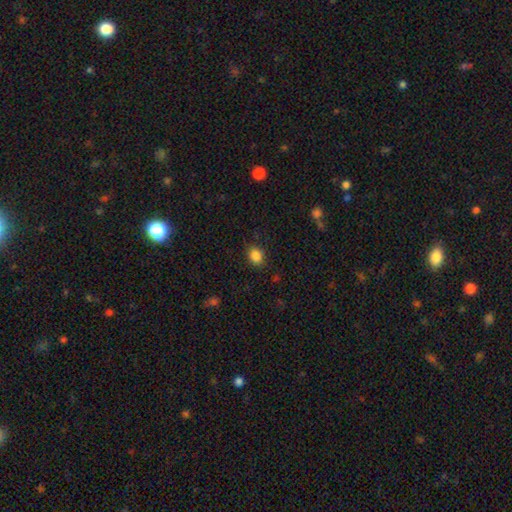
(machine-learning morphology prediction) Smooth or featured? smooth (85%)
How rounded? round (59%)
Merging? none (82%)